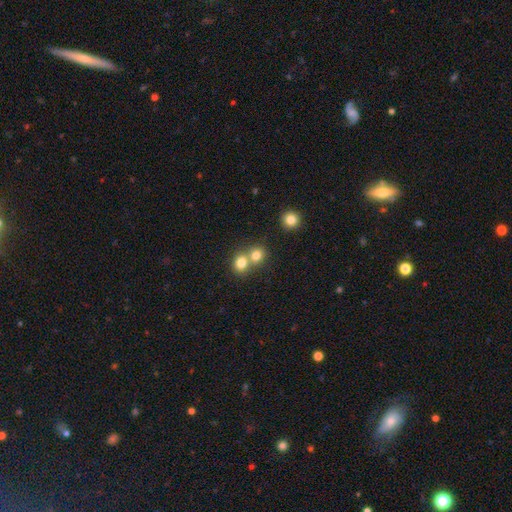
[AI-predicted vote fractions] The model was most divided on "merging": merger: 50%, none: 43%, minor disturbance: 5%, major disturbance: 2%. More confident: how rounded — round (80%); smooth or featured — smooth (79%).